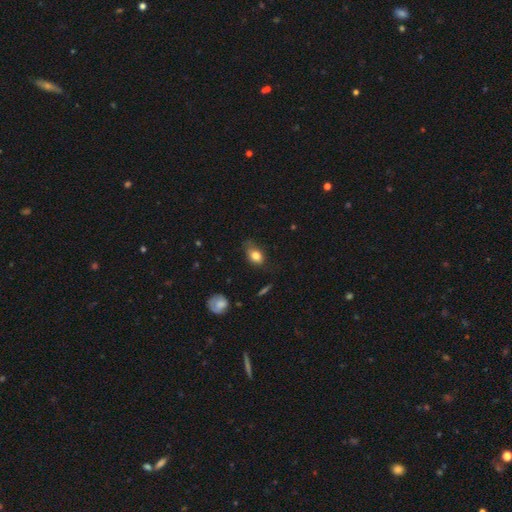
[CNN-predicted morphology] Overall: smooth (80%). How rounded: in between (74%). Merging: none (52%; minor disturbance 34%).